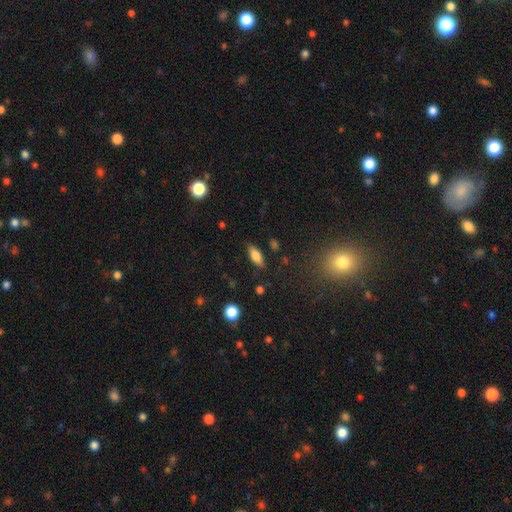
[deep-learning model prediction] This appears to be a smooth galaxy with no disk features (80%) that is in between round and cigar-shaped (78%). Merging: none (83%).